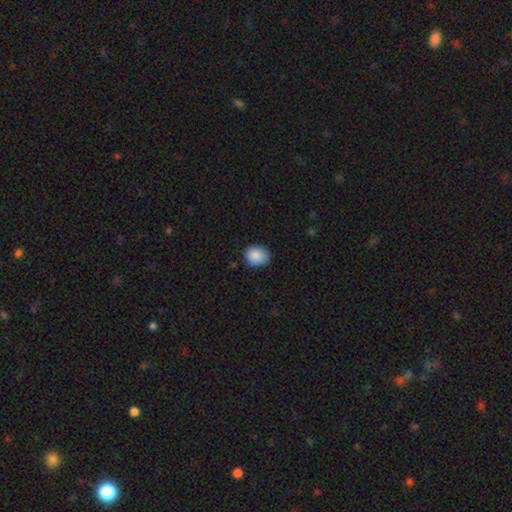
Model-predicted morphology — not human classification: A smooth galaxy with no disk features (88%) that is round (66%). Merging: none (81%).